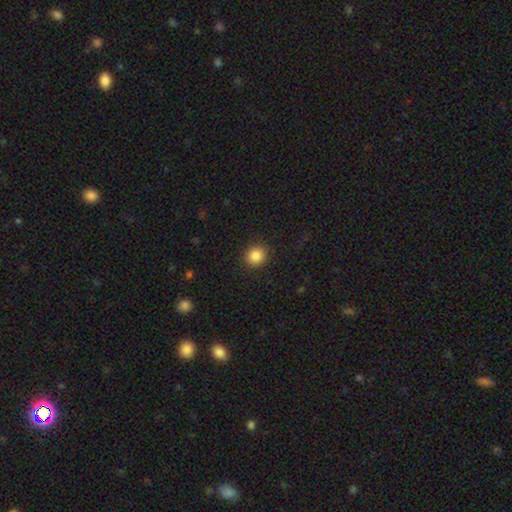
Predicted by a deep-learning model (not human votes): Smooth or featured: smooth — 86% (star or artifact — 10%)
How rounded: round — 80% (in between — 19%)
Merging: none — 90% (minor disturbance — 7%)